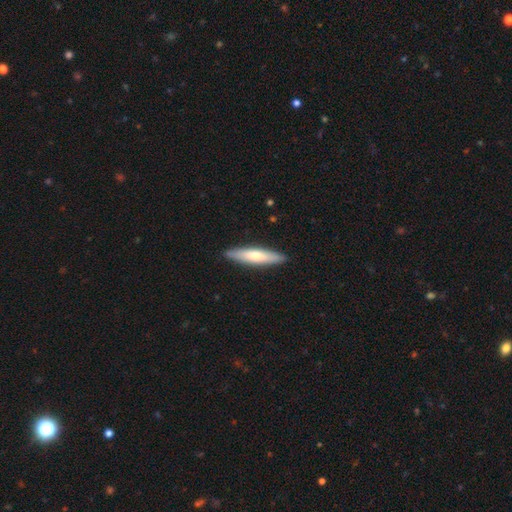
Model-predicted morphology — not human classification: smooth-or-featured: smooth: 60% | featured or disk: 35% | star or artifact: 5%
  how-rounded: cigar-shaped: 80% | in between: 19% | round: 1%
  merging: none: 89% | minor disturbance: 8% | major disturbance: 2% | merger: 1%